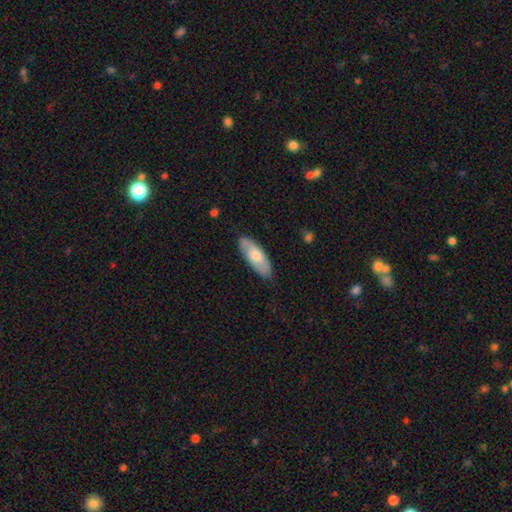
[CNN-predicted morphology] smooth 63%, featured or disk 32%, star or artifact 5%. Down the decision tree: how rounded — in between (74%); merging — none (83%).